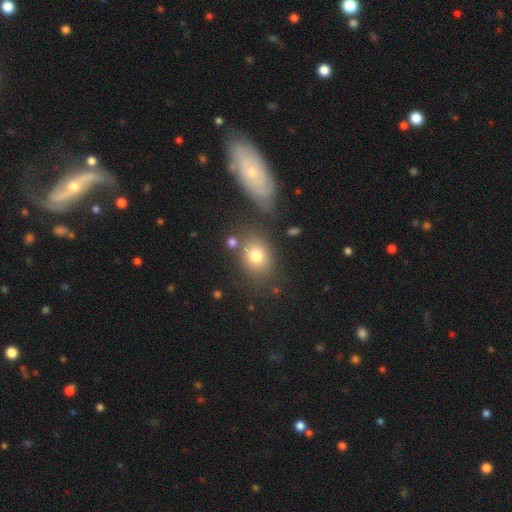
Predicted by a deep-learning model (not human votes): Q: Smooth or featured?
A: smooth (77%); runner-up: featured or disk (12%)
Q: How rounded?
A: in between (50%); runner-up: round (48%)
Q: Merging?
A: none (68%); runner-up: minor disturbance (14%)